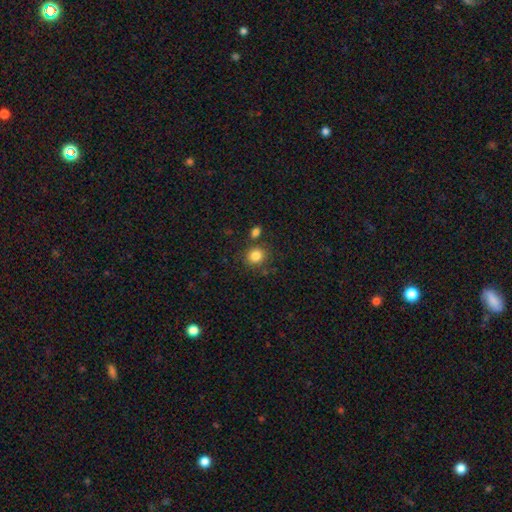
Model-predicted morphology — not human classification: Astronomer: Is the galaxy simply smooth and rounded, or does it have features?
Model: smooth — 84%.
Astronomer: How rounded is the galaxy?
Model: round — 79%.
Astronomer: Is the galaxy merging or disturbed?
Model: none — 75%.